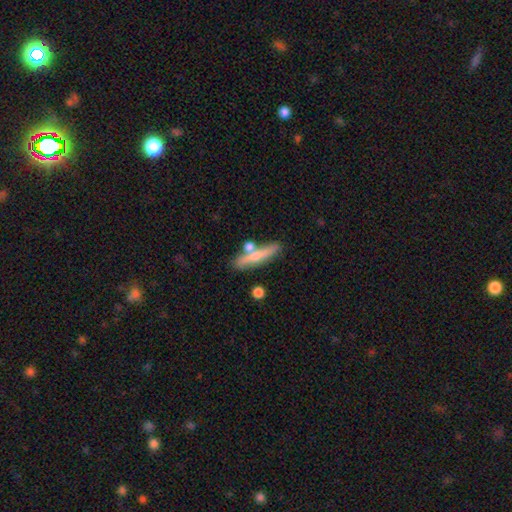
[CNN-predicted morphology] A smooth galaxy with no disk features (53%) that is cigar-shaped (82%). Merging: none (67%).